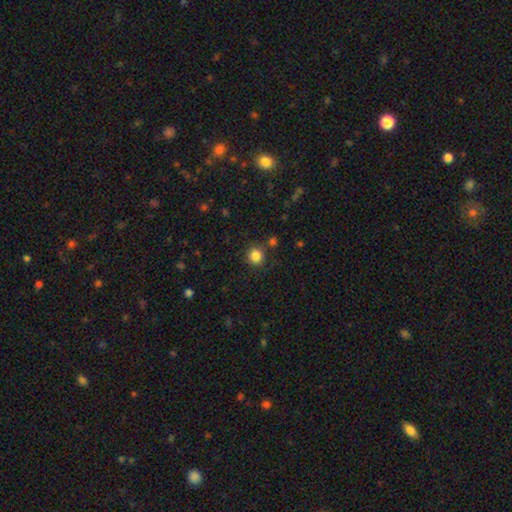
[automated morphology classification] smooth_or_featured: smooth (p=0.84) [alt: star or artifact p=0.11]
how_rounded: round (p=0.89) [alt: in between p=0.10]
merging: none (p=0.83) [alt: minor disturbance p=0.08]